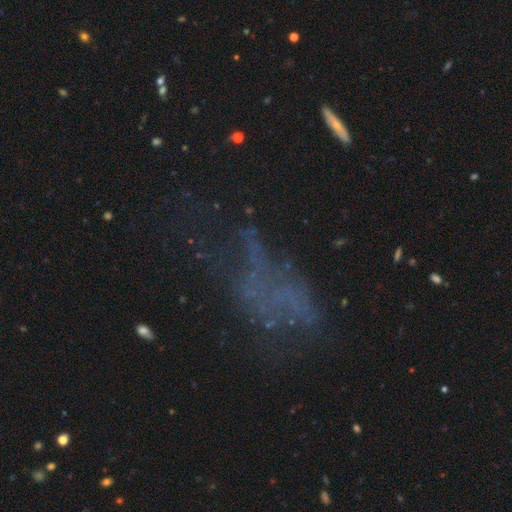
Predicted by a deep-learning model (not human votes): Smooth or featured? featured or disk (40%)
Merging? none (42%)